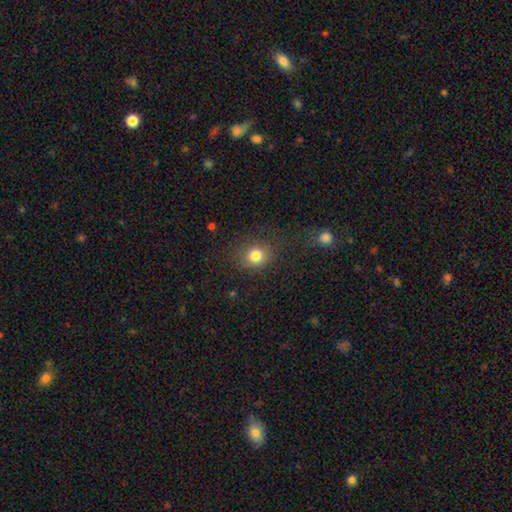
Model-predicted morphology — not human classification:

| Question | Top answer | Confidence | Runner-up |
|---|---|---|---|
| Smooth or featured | smooth | 81% | star or artifact (13%) |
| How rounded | round | 74% | in between (25%) |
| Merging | none | 79% | minor disturbance (12%) |